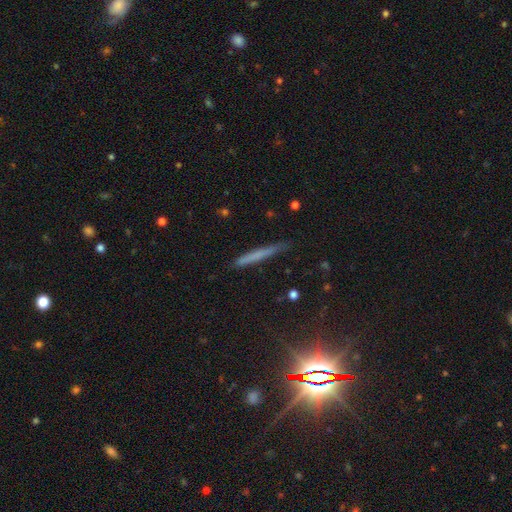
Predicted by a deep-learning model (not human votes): smooth 58%, featured or disk 30%, star or artifact 12%. Down the decision tree: how rounded — cigar-shaped (96%); merging — none (84%).